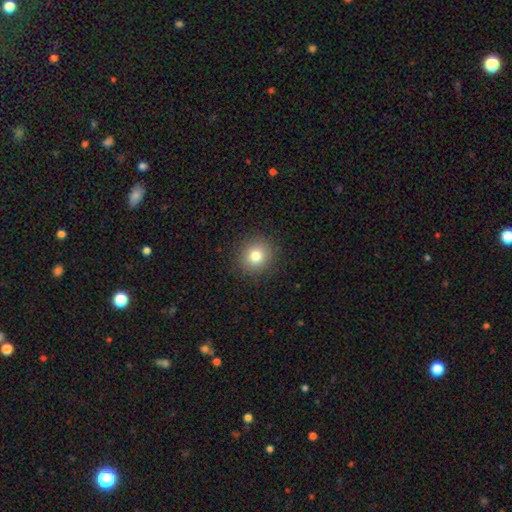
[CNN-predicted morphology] Q: Smooth or featured?
A: smooth (79%); runner-up: star or artifact (12%)
Q: How rounded?
A: round (89%); runner-up: in between (10%)
Q: Merging?
A: none (91%); runner-up: minor disturbance (6%)